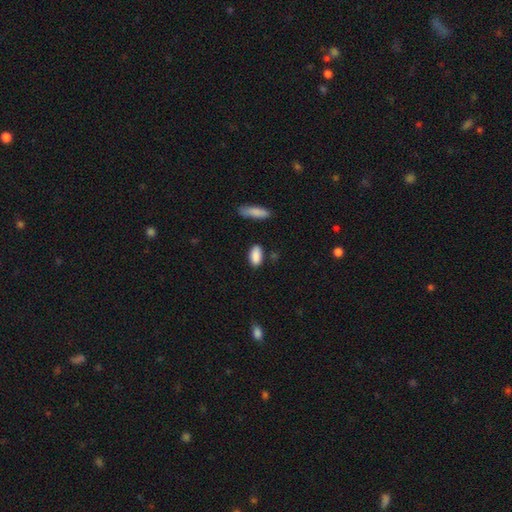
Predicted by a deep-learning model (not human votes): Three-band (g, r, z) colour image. It shows a smooth galaxy with no disk features (89%) that is in between round and cigar-shaped (90%). Merging: none (81%).